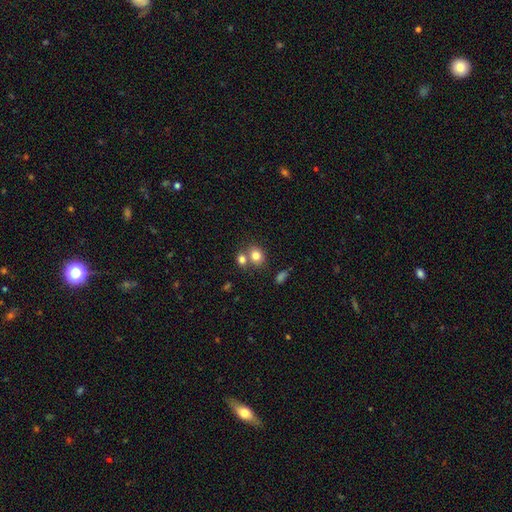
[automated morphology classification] smooth-or-featured: smooth: 79% | star or artifact: 11% | featured or disk: 10%
  how-rounded: round: 57% | in between: 42% | cigar-shaped: 1%
  merging: none: 48% | merger: 39% | minor disturbance: 10% | major disturbance: 4%